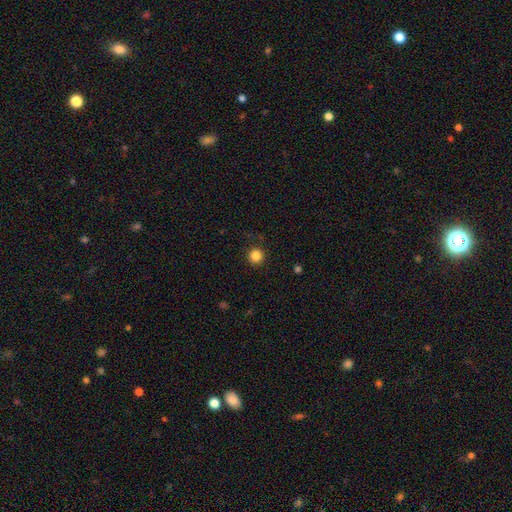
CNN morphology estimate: Q: Smooth or featured?
A: smooth (85%); runner-up: star or artifact (12%)
Q: How rounded?
A: round (96%); runner-up: in between (3%)
Q: Merging?
A: none (90%); runner-up: minor disturbance (7%)